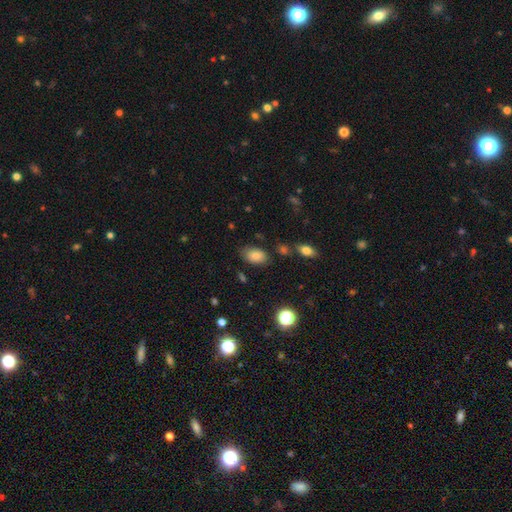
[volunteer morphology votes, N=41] This appears to be a smooth galaxy with no disk features (83%) that is in between round and cigar-shaped (94%). Merging: none (84%).